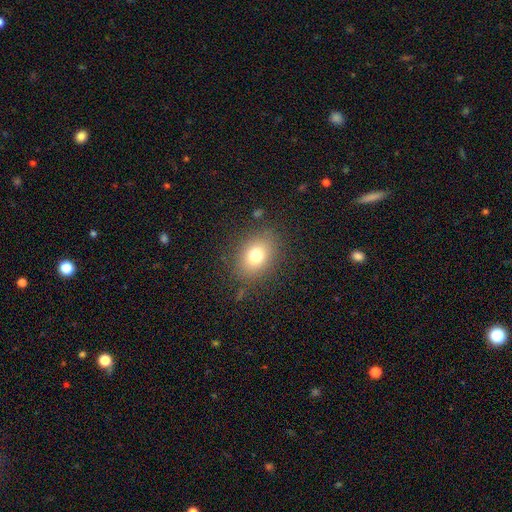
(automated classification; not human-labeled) A smooth galaxy with no disk features (75%) that is in between round and cigar-shaped (59%).

Vote fractions:
- Smooth or featured? smooth: 75% / star or artifact: 13% / featured or disk: 12%
- How rounded? in between: 59% / round: 40% / cigar-shaped: 1%
- Merging? none: 84% / minor disturbance: 10% / major disturbance: 4% / merger: 1%